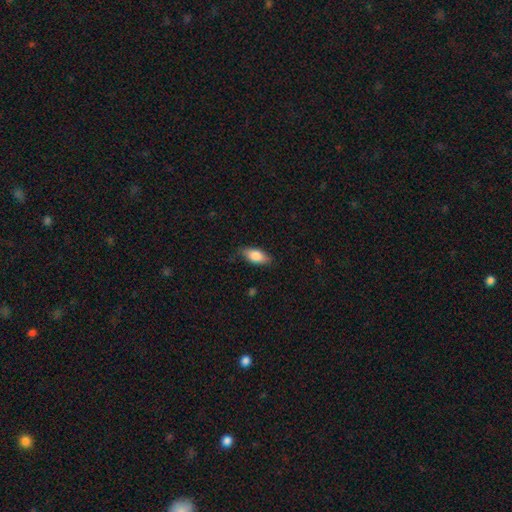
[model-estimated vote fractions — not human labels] The model was most divided on "merging": none: 81%, minor disturbance: 15%, major disturbance: 3%, merger: 1%. More confident: how rounded — in between (84%); smooth or featured — smooth (81%).